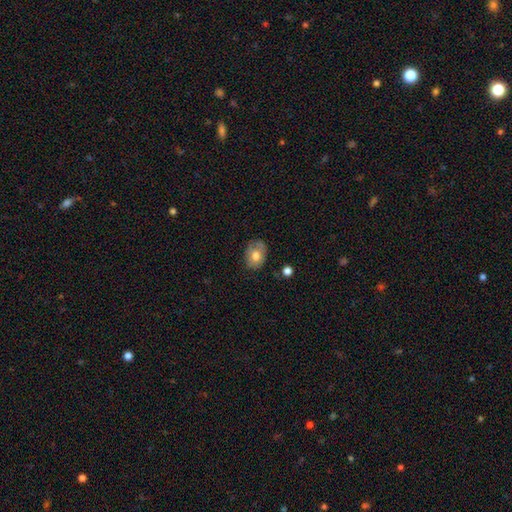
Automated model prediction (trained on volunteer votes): Smooth or featured? Predicted: smooth (p=0.70). How rounded? Predicted: in between (p=0.70). Merging? Predicted: none (p=0.69).